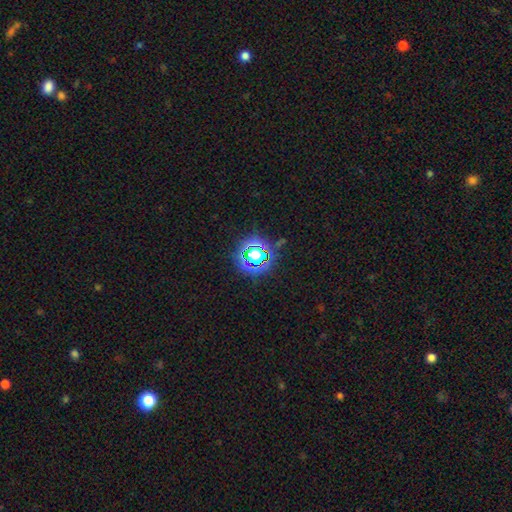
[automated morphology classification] Smooth or featured: star or artifact — 60% (smooth — 29%)